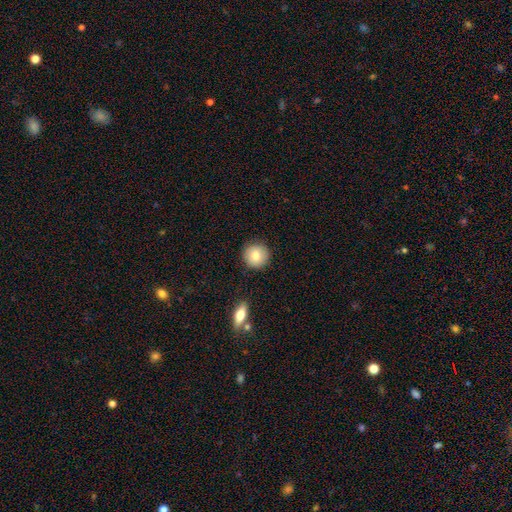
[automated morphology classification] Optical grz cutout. It shows a smooth galaxy with no disk features (82%) that is round (94%). Merging: none (89%).